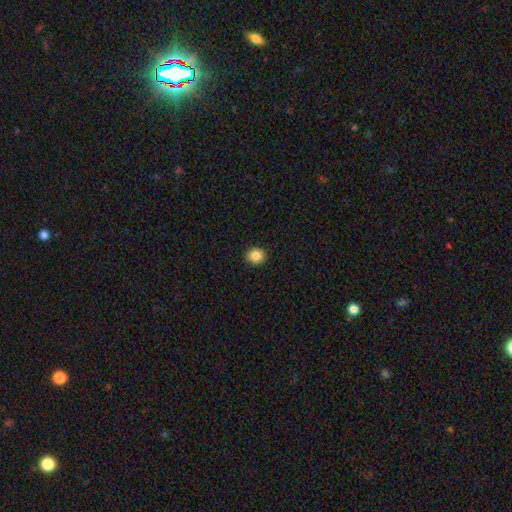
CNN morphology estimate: Smooth or featured: smooth — 85% (star or artifact — 10%)
How rounded: round — 82% (in between — 18%)
Merging: none — 92% (minor disturbance — 5%)